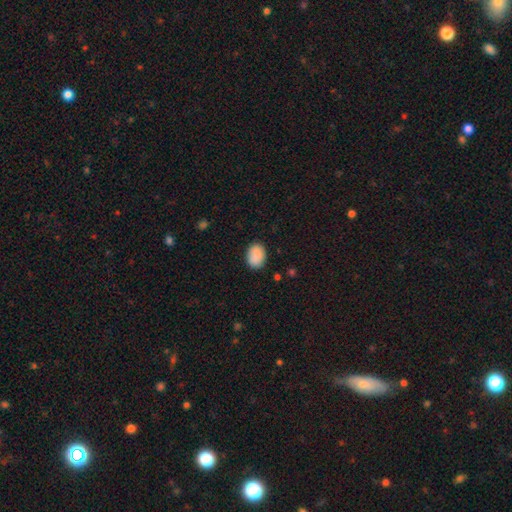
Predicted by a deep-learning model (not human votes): Morphology: type=smooth (88%); roundness=in between (70%); merging=none (84%).